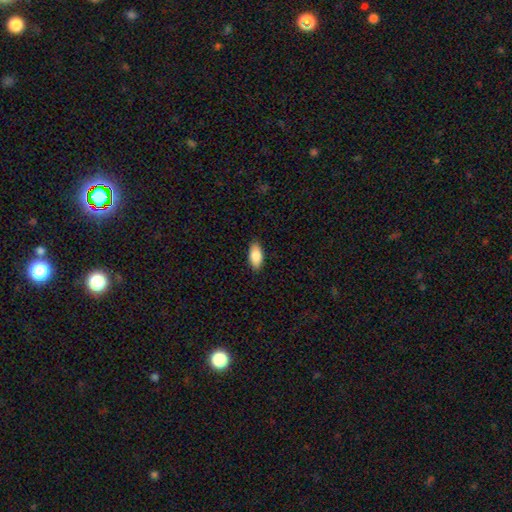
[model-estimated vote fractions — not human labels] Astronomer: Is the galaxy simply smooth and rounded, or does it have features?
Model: smooth — 85%.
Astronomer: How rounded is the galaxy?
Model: in between — 91%.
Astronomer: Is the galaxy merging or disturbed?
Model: none — 89%.